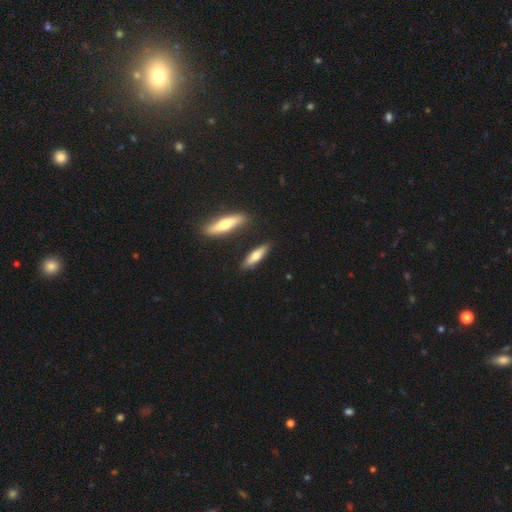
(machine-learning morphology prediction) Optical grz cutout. It shows a smooth galaxy with no disk features (62%) that is cigar-shaped (68%). Merging: none (82%).